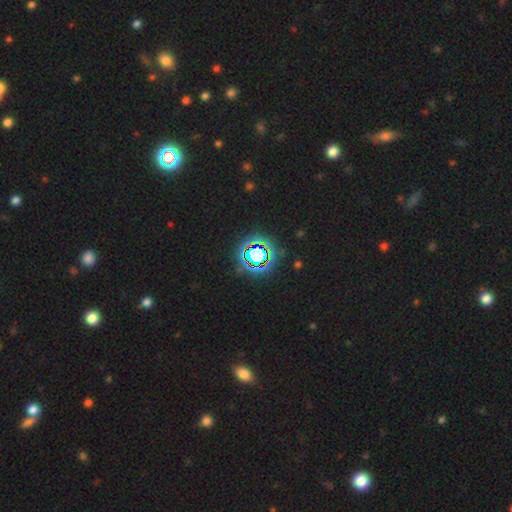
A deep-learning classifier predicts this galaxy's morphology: A star or artifact, not a galaxy (79%).